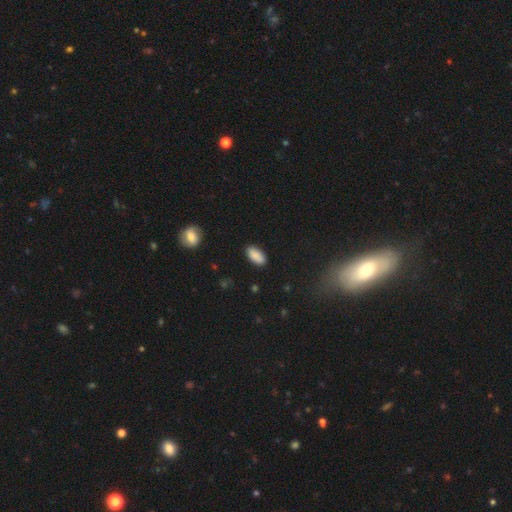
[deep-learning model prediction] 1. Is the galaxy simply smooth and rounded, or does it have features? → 88% smooth, 7% star or artifact, 5% featured or disk.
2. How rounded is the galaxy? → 92% in between, 5% cigar-shaped, 2% round.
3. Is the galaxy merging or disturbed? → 87% none, 10% minor disturbance, 2% major disturbance, 1% merger.